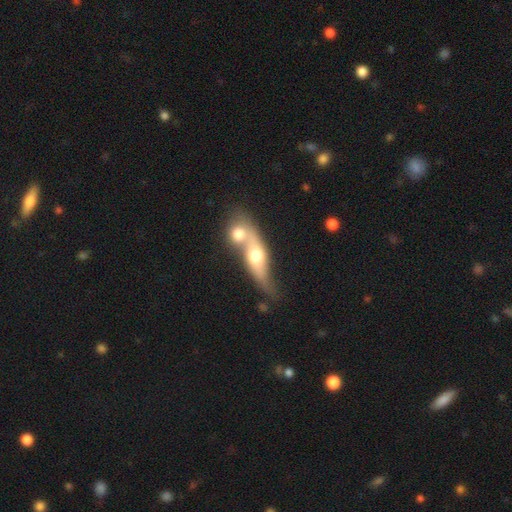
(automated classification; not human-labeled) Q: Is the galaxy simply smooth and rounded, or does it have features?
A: featured or disk — 48%.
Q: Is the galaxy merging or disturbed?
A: merger — 68%.